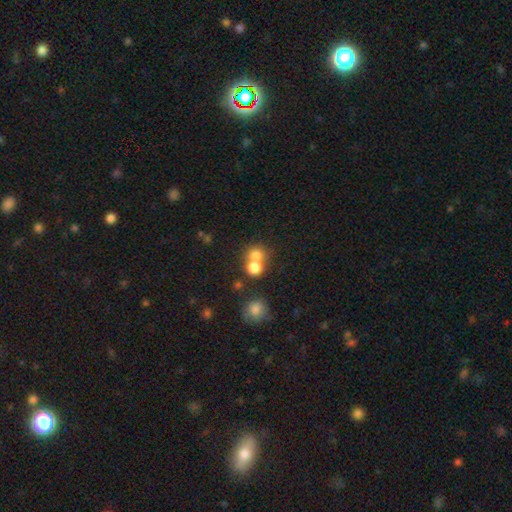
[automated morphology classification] Smooth or featured?
  - smooth: 75% *
  - star or artifact: 13%
  - featured or disk: 12%
How rounded?
  - round: 83% *
  - in between: 16%
  - cigar-shaped: 1%
Merging?
  - merger: 51% *
  - none: 40%
  - minor disturbance: 6%
  - major disturbance: 3%